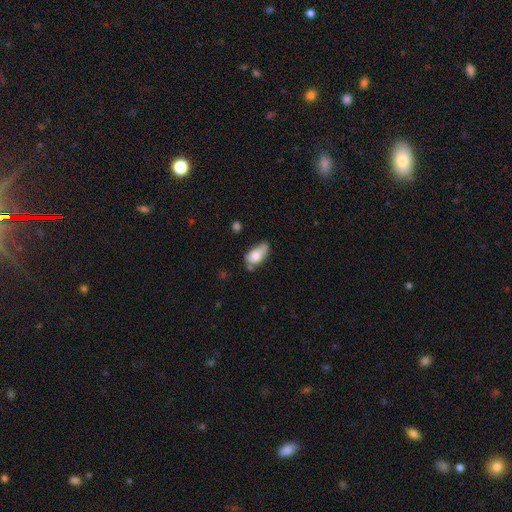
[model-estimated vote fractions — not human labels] smooth 76%, featured or disk 16%, star or artifact 8%. Down the decision tree: how rounded — in between (89%); merging — minor disturbance (37%, tied with none).